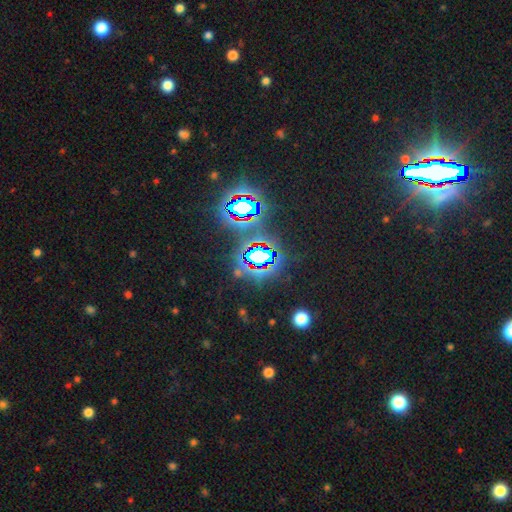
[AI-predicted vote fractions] Overall: star or artifact (79%).